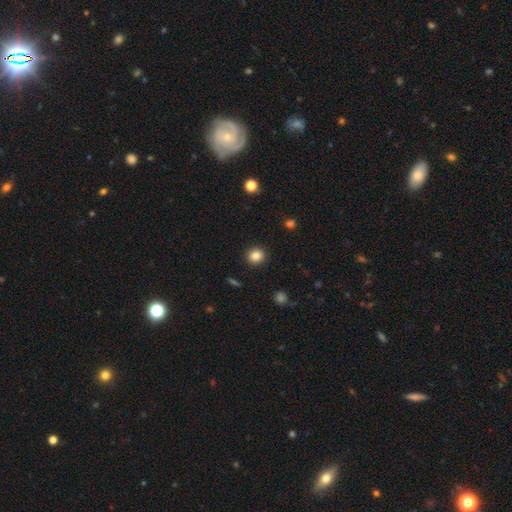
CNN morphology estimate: Overall: smooth (84%). How rounded: round (87%). Merging: none (92%).